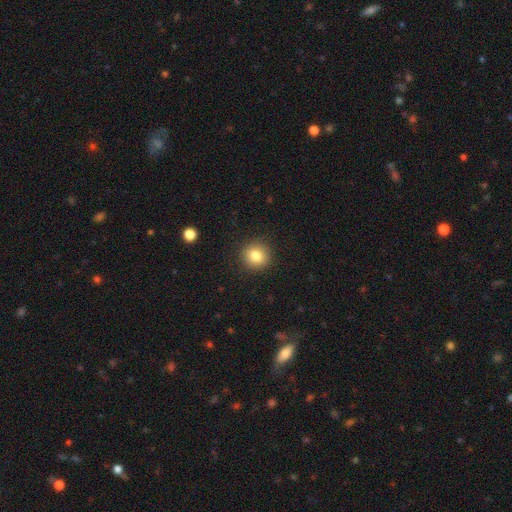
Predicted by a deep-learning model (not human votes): Smooth or featured? smooth (82%)
How rounded? round (91%)
Merging? none (91%)